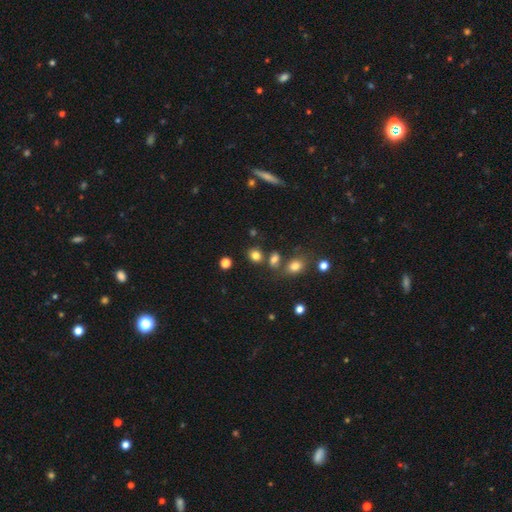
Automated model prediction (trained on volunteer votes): The model was most divided on "how rounded": round: 62%, in between: 36%, cigar-shaped: 1%. More confident: smooth or featured — smooth (79%); merging — none (72%).